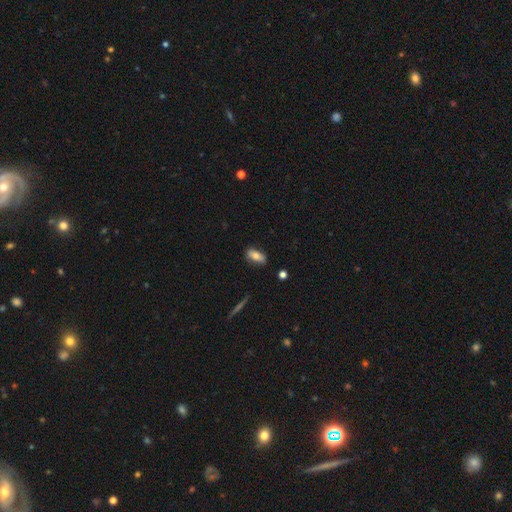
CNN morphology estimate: A smooth galaxy with no disk features (73%) that is in between round and cigar-shaped (84%).

Vote fractions:
- Smooth or featured? smooth: 73% / featured or disk: 20% / star or artifact: 8%
- How rounded? in between: 84% / cigar-shaped: 13% / round: 3%
- Merging? none: 81% / minor disturbance: 15% / major disturbance: 3% / merger: 2%